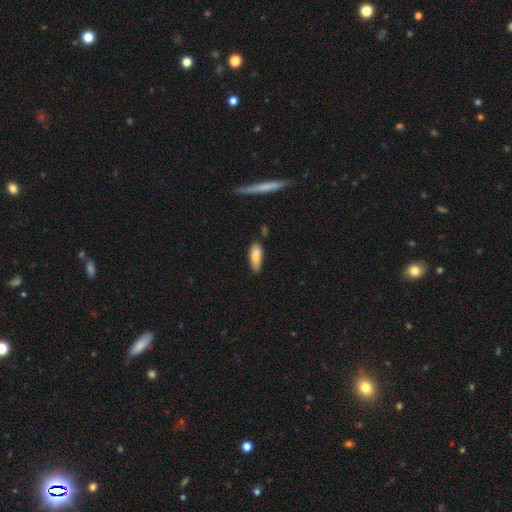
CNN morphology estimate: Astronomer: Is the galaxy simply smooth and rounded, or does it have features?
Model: smooth — 82%.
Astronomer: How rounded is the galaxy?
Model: in between — 62%.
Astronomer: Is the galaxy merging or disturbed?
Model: none — 68%.